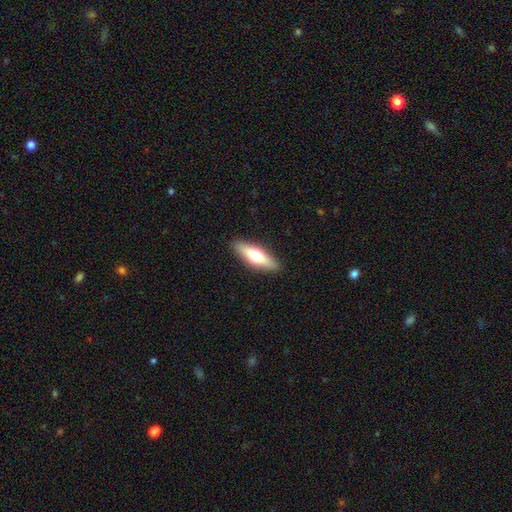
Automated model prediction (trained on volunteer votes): Morphology: type=smooth (55%); roundness=cigar-shaped (60%); merging=none (89%).